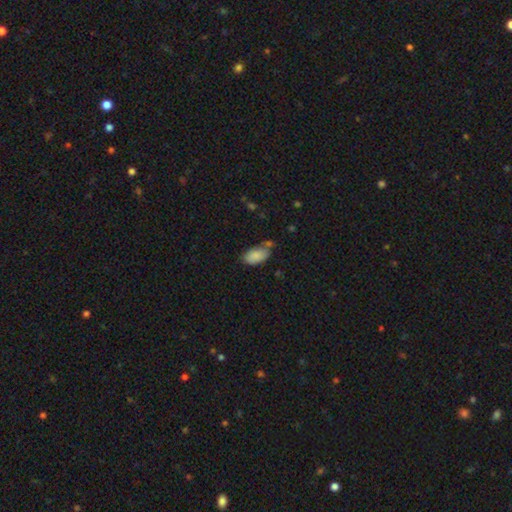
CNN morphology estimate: Overall: smooth (87%). How rounded: in between (94%). Merging: none (59%; minor disturbance 25%).